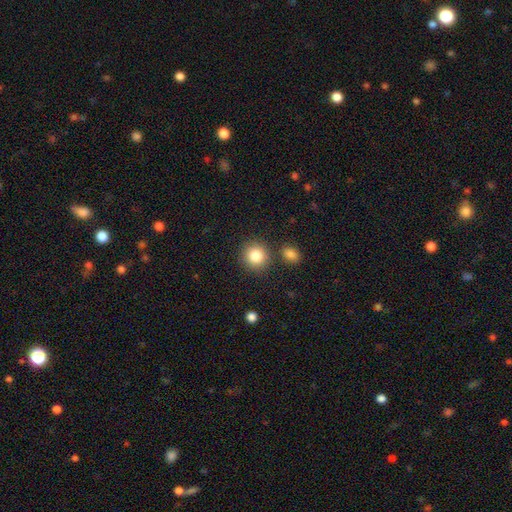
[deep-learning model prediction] smooth-or-featured: smooth: 85% | star or artifact: 9% | featured or disk: 6%
  how-rounded: round: 90% | in between: 9% | cigar-shaped: 1%
  merging: none: 82% | minor disturbance: 8% | merger: 7% | major disturbance: 3%